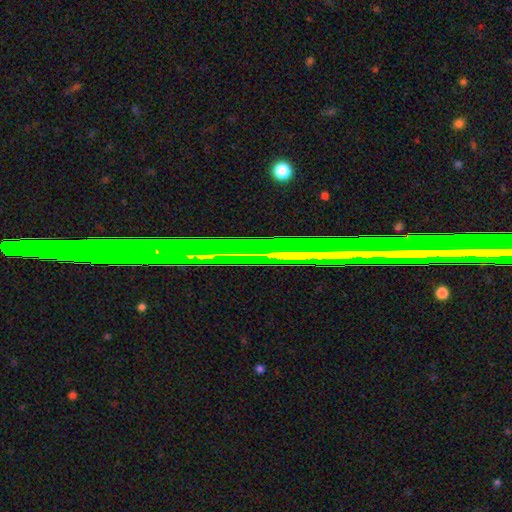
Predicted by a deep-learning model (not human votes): Overall: star or artifact (66%).